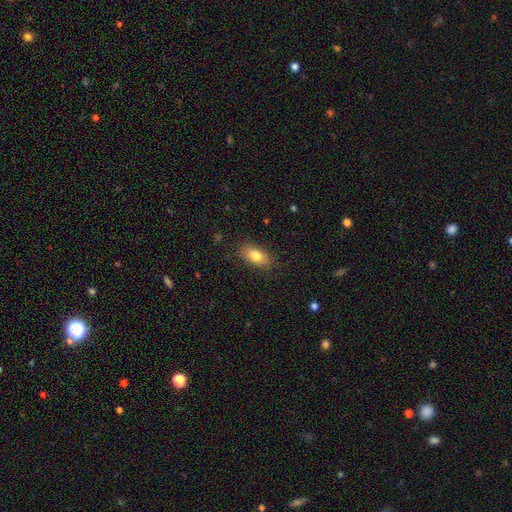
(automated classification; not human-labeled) The model was most divided on "smooth or featured": smooth: 81%, featured or disk: 11%, star or artifact: 8%. More confident: how rounded — in between (88%); merging — none (84%).